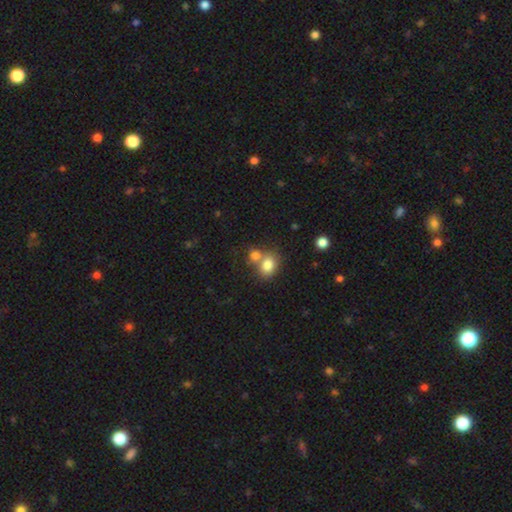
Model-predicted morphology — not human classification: Q: Smooth or featured?
A: smooth (63%); runner-up: star or artifact (26%)
Q: How rounded?
A: round (77%); runner-up: in between (21%)
Q: Merging?
A: none (54%); runner-up: merger (34%)